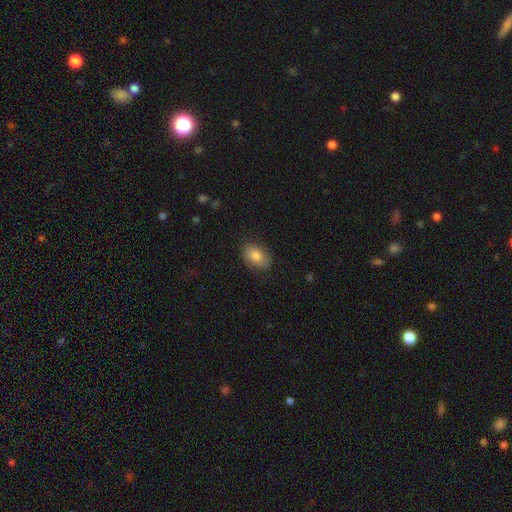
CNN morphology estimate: Smooth or featured?
  - smooth: 80% *
  - featured or disk: 13%
  - star or artifact: 7%
How rounded?
  - in between: 86% *
  - round: 12%
  - cigar-shaped: 1%
Merging?
  - none: 80% *
  - minor disturbance: 16%
  - major disturbance: 3%
  - merger: 1%